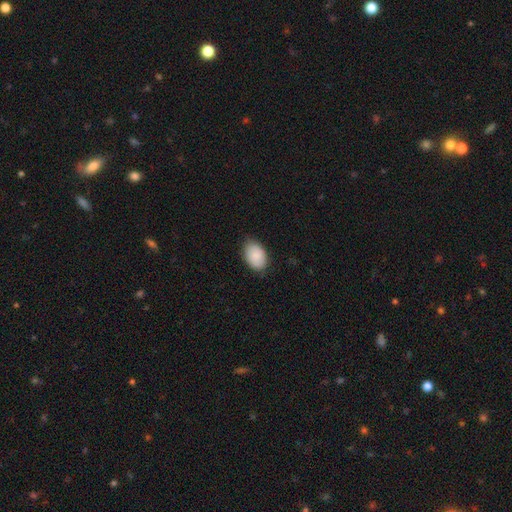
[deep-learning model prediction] smooth-or-featured: smooth: 87% | featured or disk: 7% | star or artifact: 6%
  how-rounded: in between: 87% | round: 12% | cigar-shaped: 1%
  merging: none: 78% | minor disturbance: 18% | major disturbance: 3% | merger: 1%